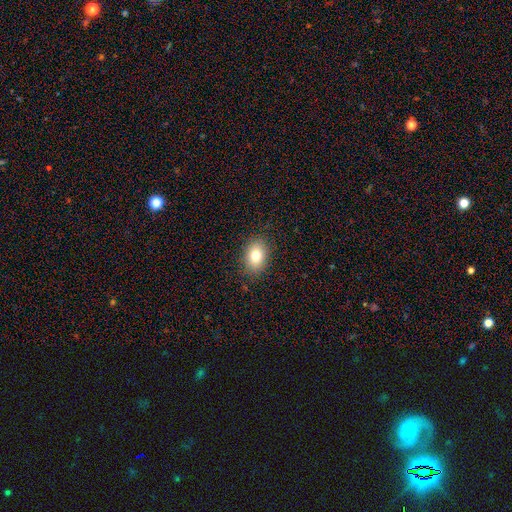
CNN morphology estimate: Q: Smooth or featured?
A: smooth (78%); runner-up: featured or disk (12%)
Q: How rounded?
A: in between (73%); runner-up: round (26%)
Q: Merging?
A: none (87%); runner-up: minor disturbance (10%)